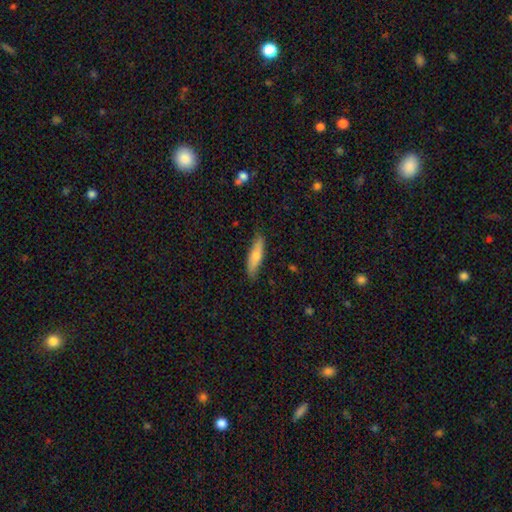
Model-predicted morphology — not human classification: type=smooth (69%); roundness=cigar-shaped (68%); merging=none (85%).